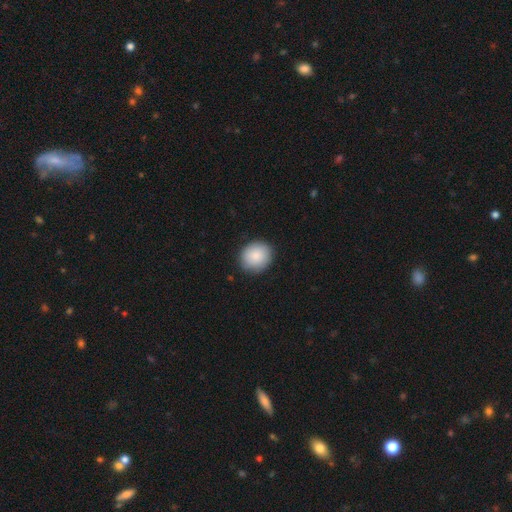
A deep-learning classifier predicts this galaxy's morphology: smooth_or_featured: smooth (p=0.86) [alt: featured or disk p=0.07]
how_rounded: round (p=0.81) [alt: in between p=0.18]
merging: none (p=0.87) [alt: minor disturbance p=0.10]